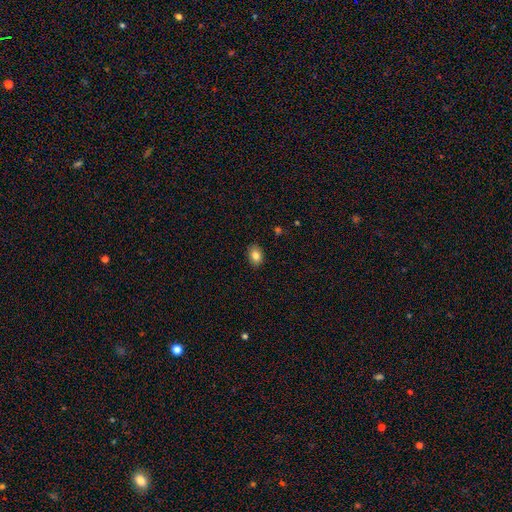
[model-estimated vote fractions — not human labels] A smooth galaxy with no disk features (83%) that is in between round and cigar-shaped (73%).

Vote fractions:
- Smooth or featured? smooth: 83% / star or artifact: 9% / featured or disk: 8%
- How rounded? in between: 73% / round: 25% / cigar-shaped: 1%
- Merging? none: 87% / minor disturbance: 10% / major disturbance: 2% / merger: 1%